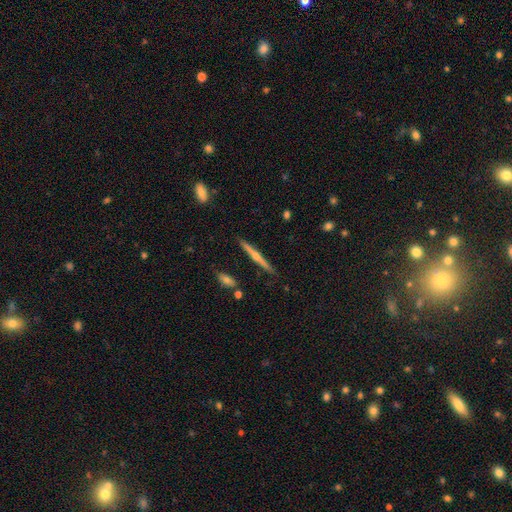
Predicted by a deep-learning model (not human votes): This is likely a featured or disk galaxy (75%). It is clearly viewed edge-on (98%). Edge-on bulge: clearly rounded (86%). Merging: clearly none (89%).